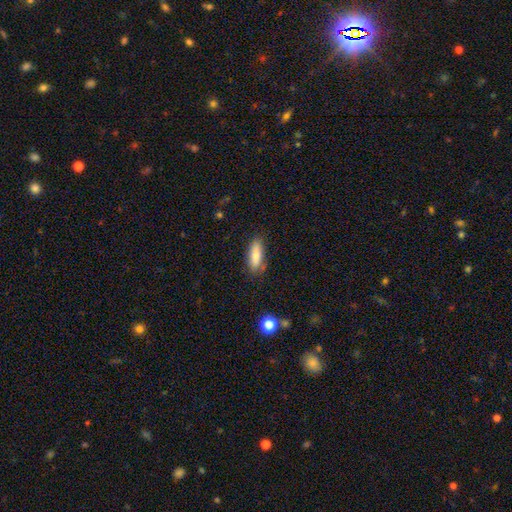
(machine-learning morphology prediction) Overall: smooth (76%). How rounded: in between (64%; cigar-shaped 33%). Merging: none (77%).